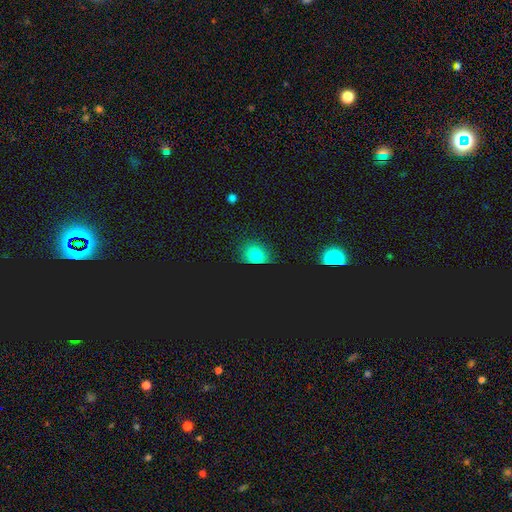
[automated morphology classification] A smooth galaxy with no disk features (62%) that is round (51%).

Vote fractions:
- Smooth or featured? smooth: 62% / star or artifact: 31% / featured or disk: 8%
- How rounded? round: 51% / in between: 46% / cigar-shaped: 2%
- Merging? none: 76% / minor disturbance: 16% / major disturbance: 5% / merger: 3%